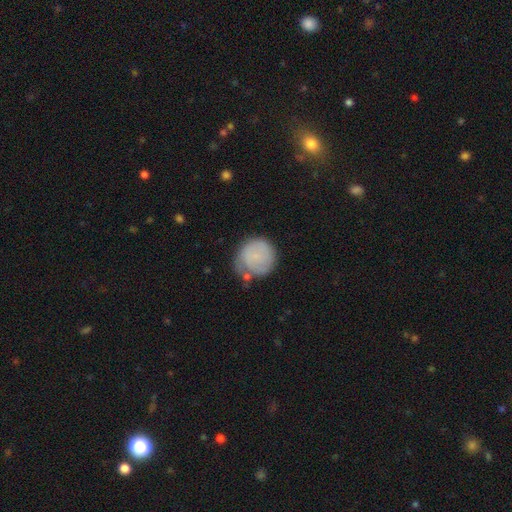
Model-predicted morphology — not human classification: The model was most divided on "merging": none: 52%, minor disturbance: 30%, major disturbance: 12%, merger: 6%. More confident: how rounded — round (91%); smooth or featured — smooth (68%).